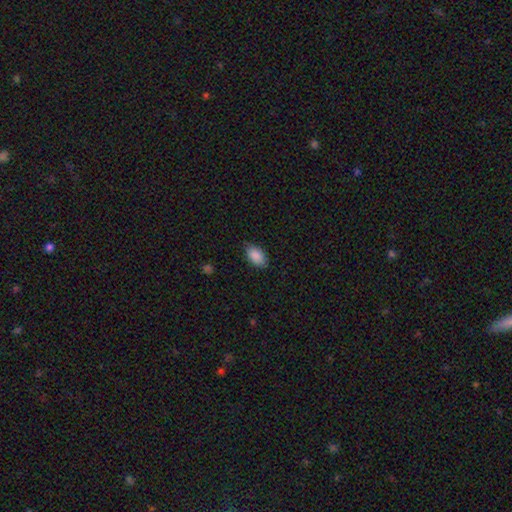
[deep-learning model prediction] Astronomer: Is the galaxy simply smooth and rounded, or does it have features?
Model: smooth — 89%.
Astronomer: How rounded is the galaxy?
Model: in between — 93%.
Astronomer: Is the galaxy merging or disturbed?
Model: none — 79%.